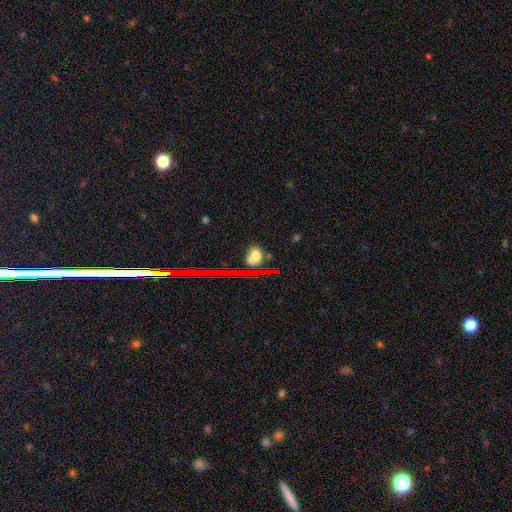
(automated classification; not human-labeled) This appears to be a smooth galaxy with no disk features (64%) that is in between round and cigar-shaped (67%). Merging: none (62%).